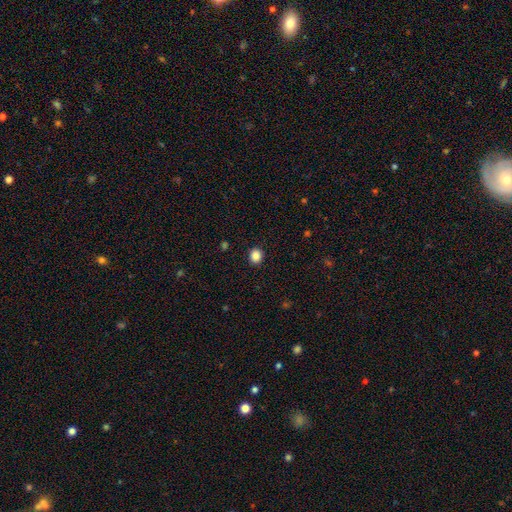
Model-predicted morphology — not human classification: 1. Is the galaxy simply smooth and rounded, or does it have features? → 87% smooth, 10% star or artifact, 3% featured or disk.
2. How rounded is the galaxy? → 73% round, 26% in between, 1% cigar-shaped.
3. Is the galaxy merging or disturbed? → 91% none, 6% minor disturbance, 2% major disturbance, 1% merger.